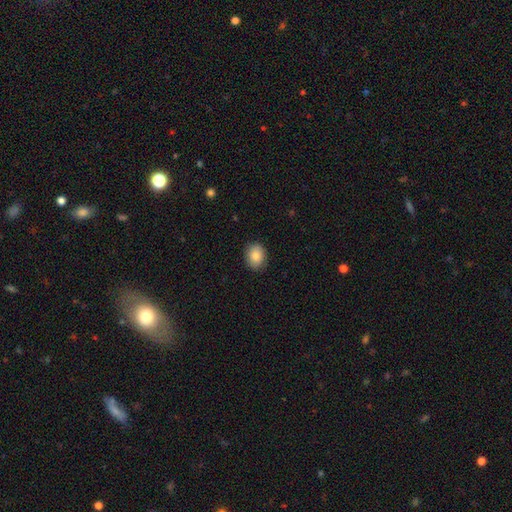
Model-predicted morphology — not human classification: Smooth or featured?
  - smooth: 84% *
  - featured or disk: 8%
  - star or artifact: 8%
How rounded?
  - in between: 50% *
  - round: 49%
  - cigar-shaped: 1%
Merging?
  - none: 88% *
  - minor disturbance: 9%
  - major disturbance: 2%
  - merger: 1%